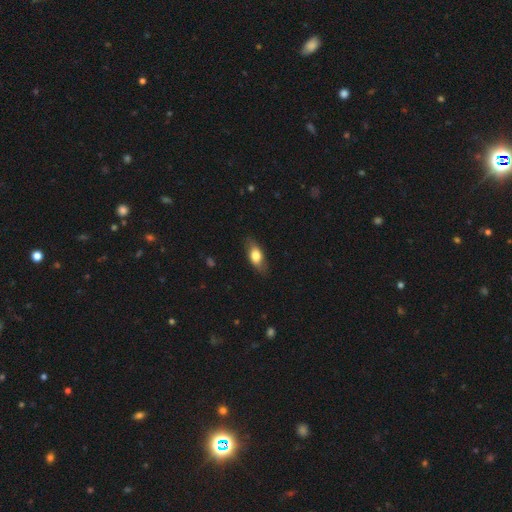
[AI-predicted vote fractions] Smooth or featured: smooth — 71% (featured or disk — 23%)
How rounded: in between — 81% (cigar-shaped — 14%)
Merging: none — 80% (minor disturbance — 15%)